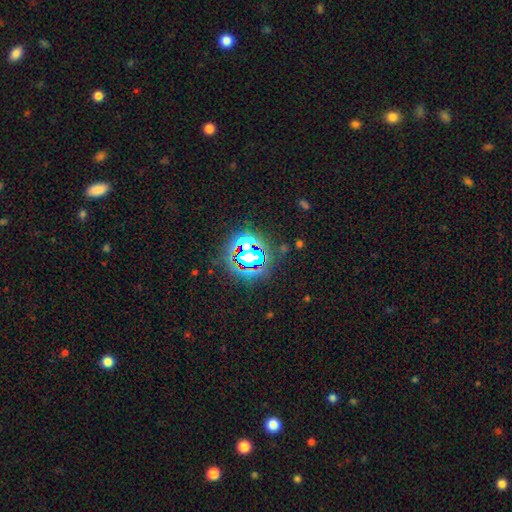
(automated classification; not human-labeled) A star or artifact, not a galaxy (78%).

Vote fractions:
- Smooth or featured? star or artifact: 78% / smooth: 13% / featured or disk: 8%